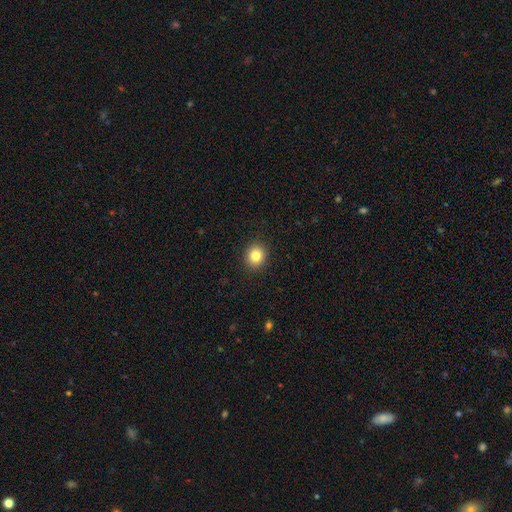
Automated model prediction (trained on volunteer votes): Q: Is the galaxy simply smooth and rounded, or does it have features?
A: smooth — 83%.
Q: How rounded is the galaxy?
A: round — 80%.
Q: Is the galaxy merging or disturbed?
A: none — 91%.